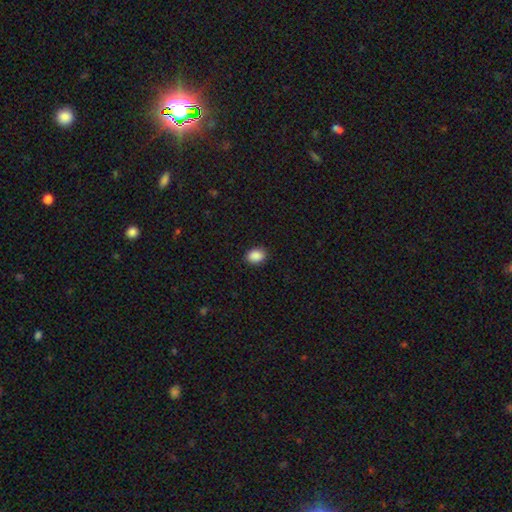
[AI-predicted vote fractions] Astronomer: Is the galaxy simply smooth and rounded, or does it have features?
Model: smooth — 90%.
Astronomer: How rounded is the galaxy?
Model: in between — 69%.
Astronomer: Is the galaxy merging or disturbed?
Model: none — 89%.